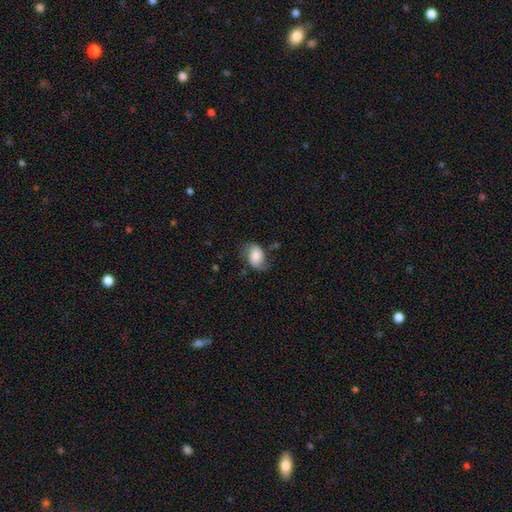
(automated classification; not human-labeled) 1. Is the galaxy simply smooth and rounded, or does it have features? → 62% smooth, 30% featured or disk, 8% star or artifact.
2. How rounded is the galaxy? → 79% in between, 20% round, 1% cigar-shaped.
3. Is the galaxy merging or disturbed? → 55% none, 30% minor disturbance, 13% major disturbance, 2% merger.